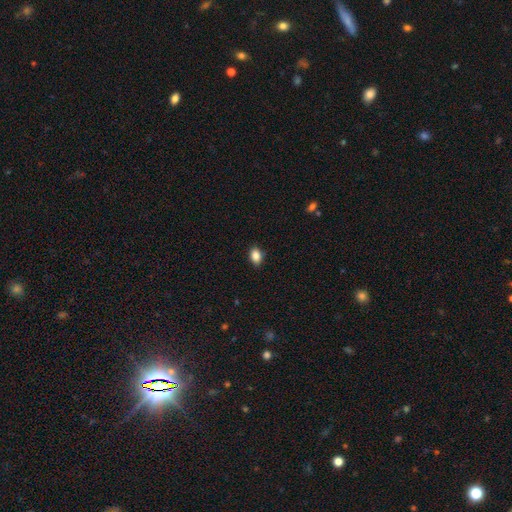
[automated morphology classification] A smooth galaxy with no disk features (87%) that is in between round and cigar-shaped (81%).

Vote fractions:
- Smooth or featured? smooth: 87% / star or artifact: 9% / featured or disk: 4%
- How rounded? in between: 81% / round: 17% / cigar-shaped: 1%
- Merging? none: 87% / minor disturbance: 10% / major disturbance: 2% / merger: 1%